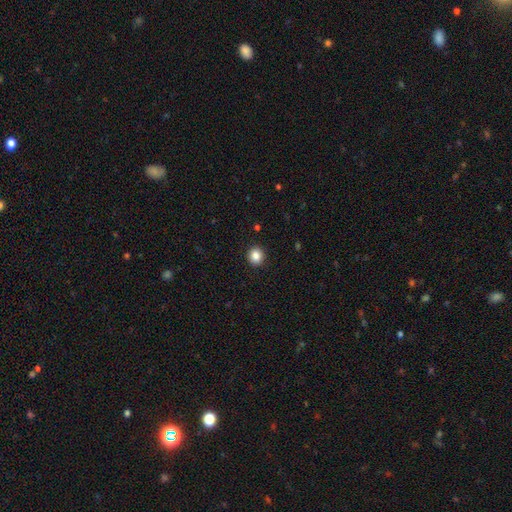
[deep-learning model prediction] Morphology: type=smooth (85%); roundness=round (88%); merging=none (93%).